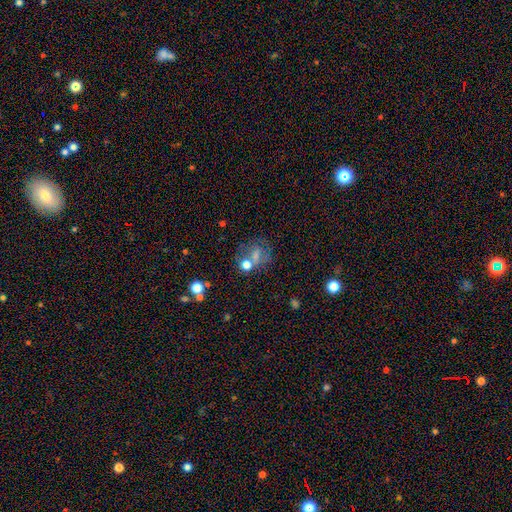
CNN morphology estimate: A smooth galaxy with no disk features (40%).

Vote fractions:
- Smooth or featured? smooth: 40% / star or artifact: 31% / featured or disk: 28%
- Merging? none: 51% / merger: 19% / minor disturbance: 16% / major disturbance: 13%